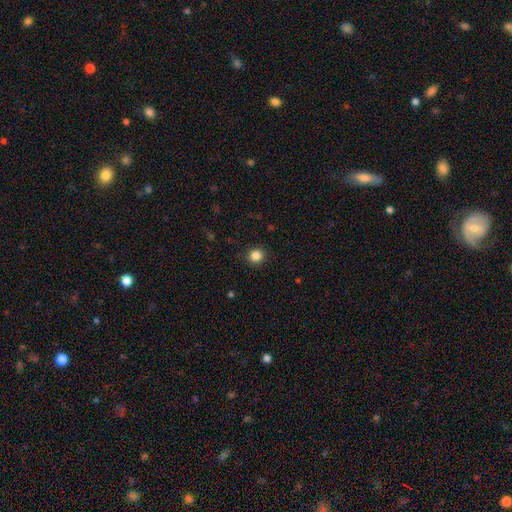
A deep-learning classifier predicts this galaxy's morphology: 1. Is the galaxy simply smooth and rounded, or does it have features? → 85% smooth, 12% star or artifact, 4% featured or disk.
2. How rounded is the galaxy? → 92% round, 7% in between, 1% cigar-shaped.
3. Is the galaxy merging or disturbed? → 91% none, 6% minor disturbance, 2% major disturbance, 1% merger.